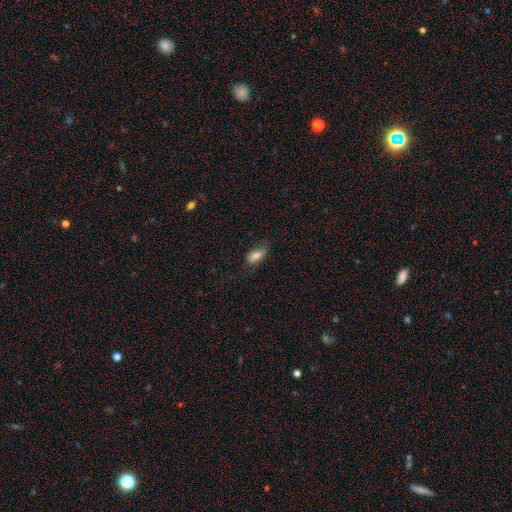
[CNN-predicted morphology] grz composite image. It shows a smooth galaxy with no disk features (77%) that is in between round and cigar-shaped (84%). Merging: none (66%).